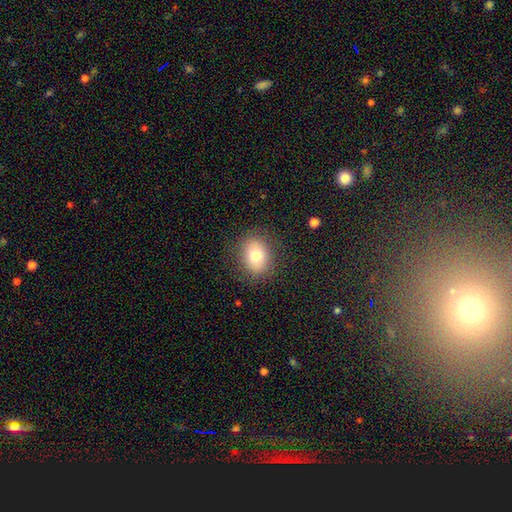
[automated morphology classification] A smooth galaxy with no disk features (76%) that is in between round and cigar-shaped (51%). Merging: none (85%).